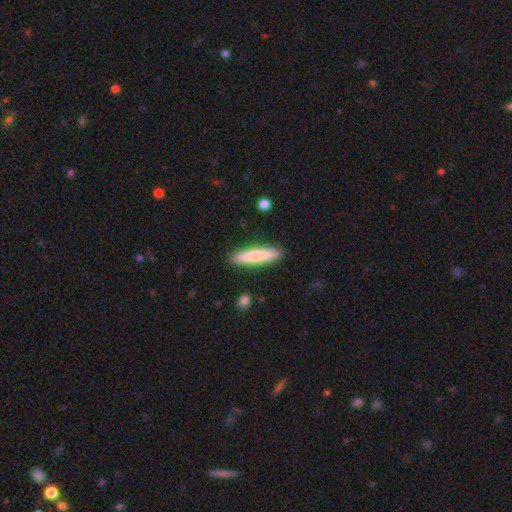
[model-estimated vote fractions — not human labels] The model was most divided on "smooth or featured": smooth: 75%, featured or disk: 20%, star or artifact: 5%. More confident: merging — none (90%); how rounded — cigar-shaped (87%).